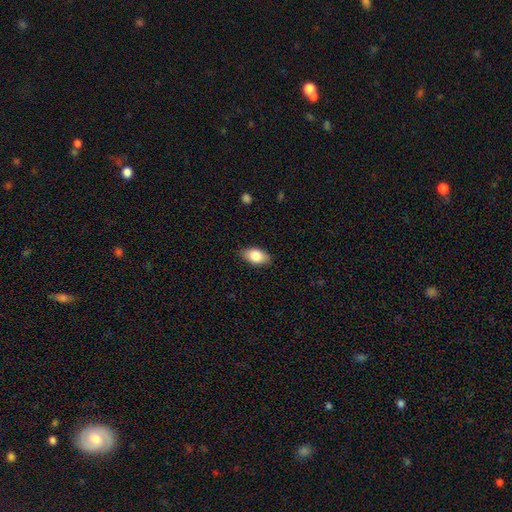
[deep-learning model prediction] smooth-or-featured: smooth: 82% | featured or disk: 10% | star or artifact: 7%
  how-rounded: in between: 91% | round: 6% | cigar-shaped: 3%
  merging: none: 85% | minor disturbance: 12% | major disturbance: 2% | merger: 1%